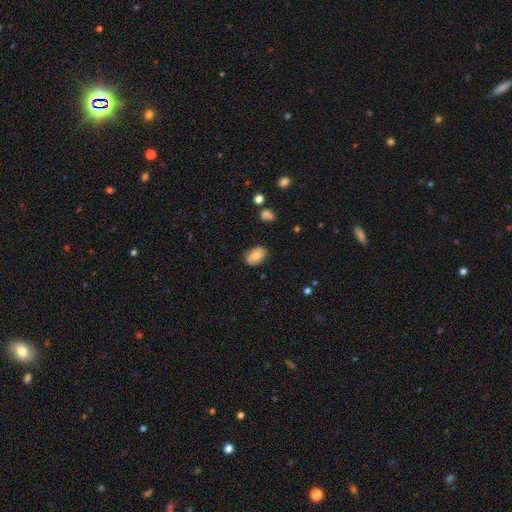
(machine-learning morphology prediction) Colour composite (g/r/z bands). It shows a smooth galaxy with no disk features (80%) that is in between round and cigar-shaped (89%). Merging: none (84%).